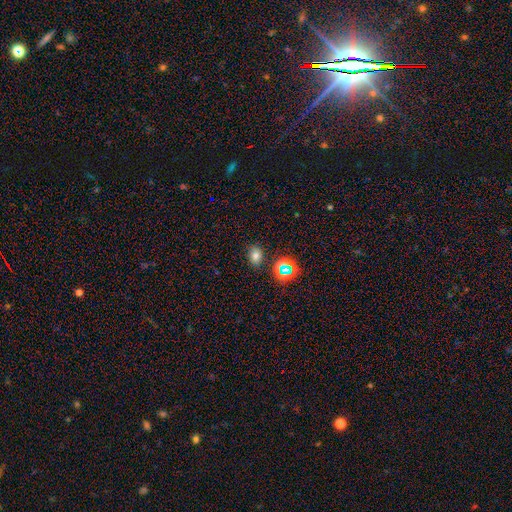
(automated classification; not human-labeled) A smooth galaxy with no disk features (71%) that is in between round and cigar-shaped (65%). Merging: none (83%).